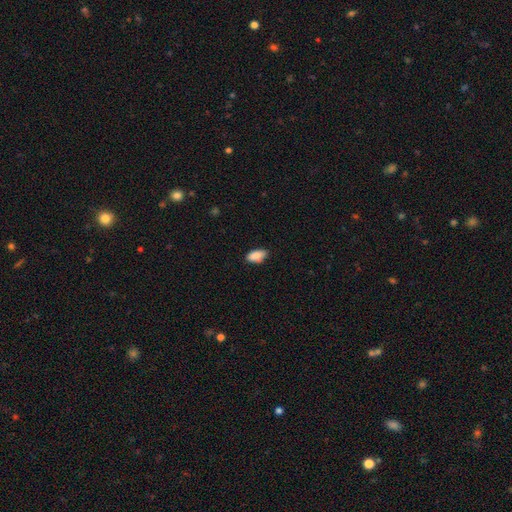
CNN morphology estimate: The model was most divided on "merging": none: 77%, minor disturbance: 19%, major disturbance: 3%, merger: 1%. More confident: how rounded — in between (92%); smooth or featured — smooth (89%).